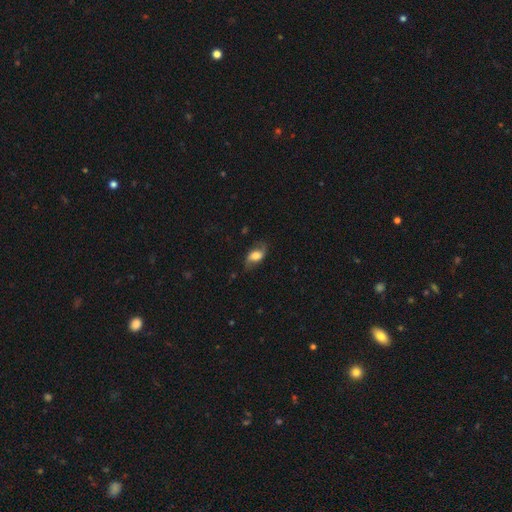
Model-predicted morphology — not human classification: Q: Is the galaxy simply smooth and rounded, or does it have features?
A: smooth — 47%.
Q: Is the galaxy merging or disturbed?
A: none — 67%.